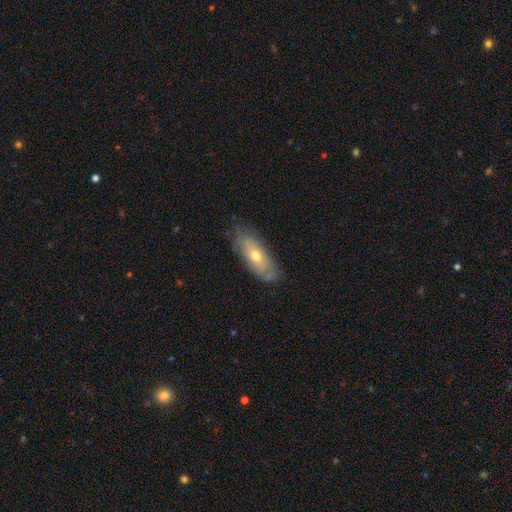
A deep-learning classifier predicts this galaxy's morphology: This appears to be a smooth galaxy with no disk features (53%) that is in between round and cigar-shaped (72%). Merging: none (71%).